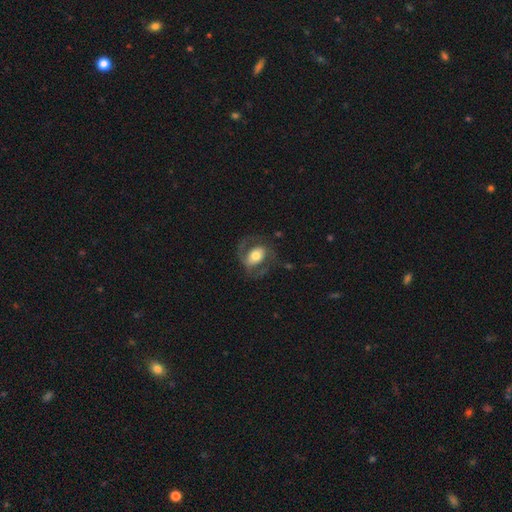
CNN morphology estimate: A featured or disk galaxy (60%) with no bar (45%), spiral arms (69%) and a moderate central bulge (57%). Merging: none (62%).